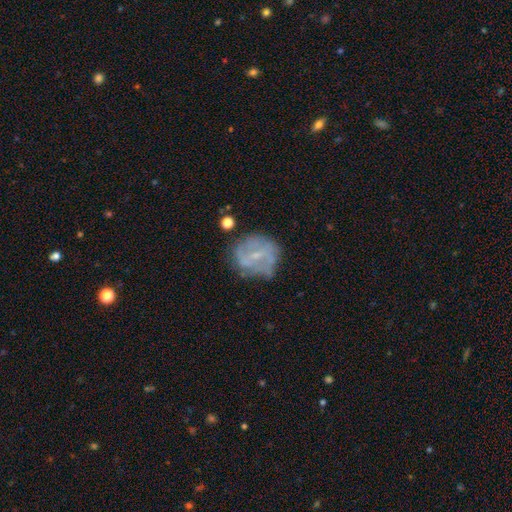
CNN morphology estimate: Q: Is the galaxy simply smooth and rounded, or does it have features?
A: featured or disk — 61%.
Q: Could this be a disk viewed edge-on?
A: no — 97%.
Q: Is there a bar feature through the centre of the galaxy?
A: weak — 47%.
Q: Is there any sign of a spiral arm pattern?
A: yes — 55%.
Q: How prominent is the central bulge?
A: small — 68%.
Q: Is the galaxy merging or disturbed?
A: none — 60%.